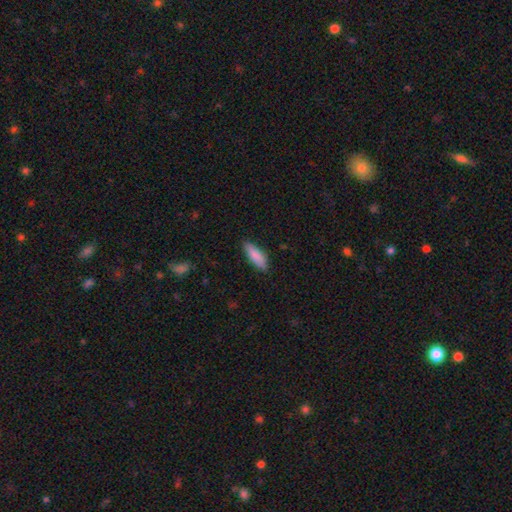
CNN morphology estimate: smooth-or-featured: smooth: 86% | featured or disk: 8% | star or artifact: 6%
  how-rounded: in between: 56% | cigar-shaped: 43% | round: 2%
  merging: none: 85% | minor disturbance: 12% | major disturbance: 2% | merger: 1%